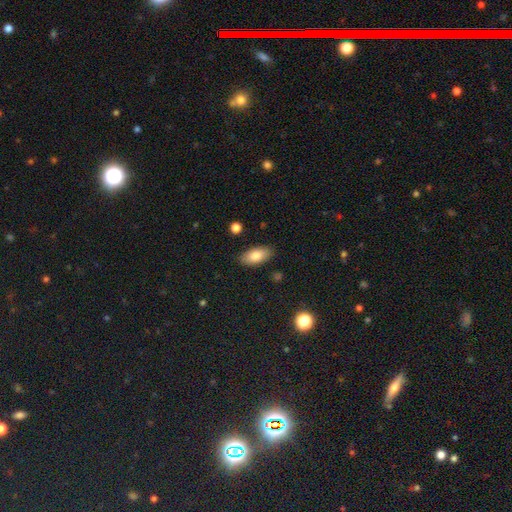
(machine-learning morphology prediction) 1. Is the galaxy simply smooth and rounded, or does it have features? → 83% smooth, 11% featured or disk, 7% star or artifact.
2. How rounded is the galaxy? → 91% in between, 7% cigar-shaped, 3% round.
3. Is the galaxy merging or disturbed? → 87% none, 9% minor disturbance, 2% major disturbance, 1% merger.